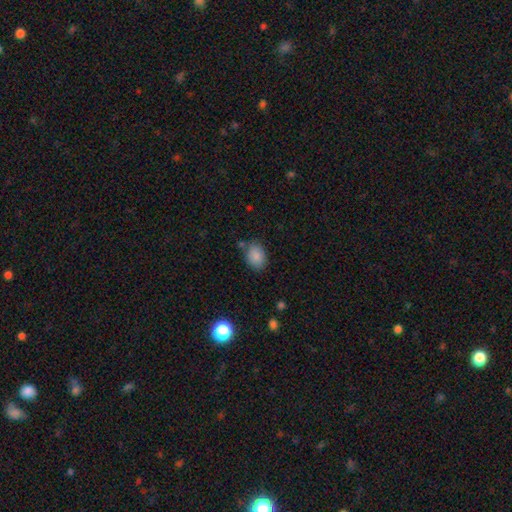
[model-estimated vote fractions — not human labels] The model was most divided on "how rounded": in between: 77%, round: 22%, cigar-shaped: 1%. More confident: smooth or featured — smooth (87%); merging — none (76%).